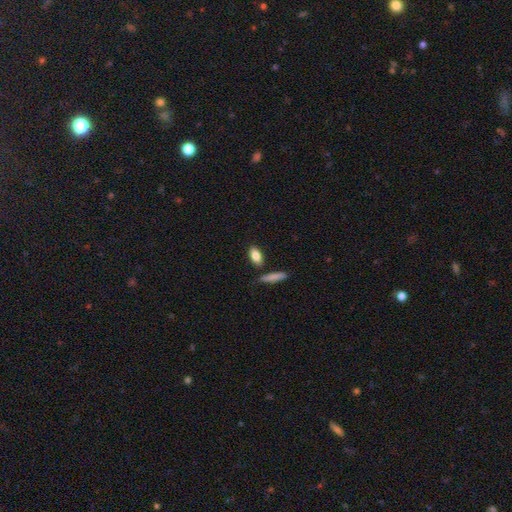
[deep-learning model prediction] Overall: smooth (84%). How rounded: in between (83%). Merging: none (78%).